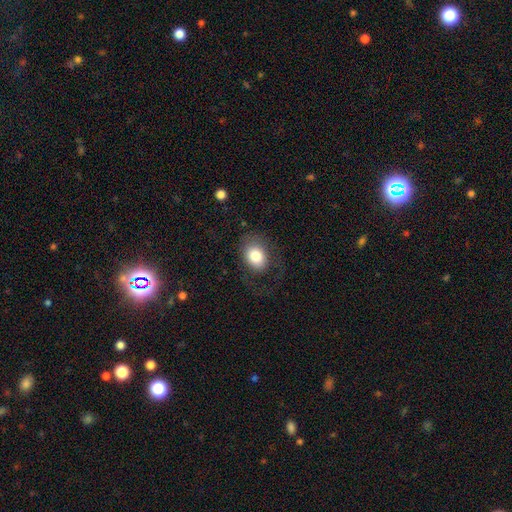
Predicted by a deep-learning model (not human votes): smooth 78%, featured or disk 15%, star or artifact 8%. Down the decision tree: how rounded — in between (72%); merging — none (59%).